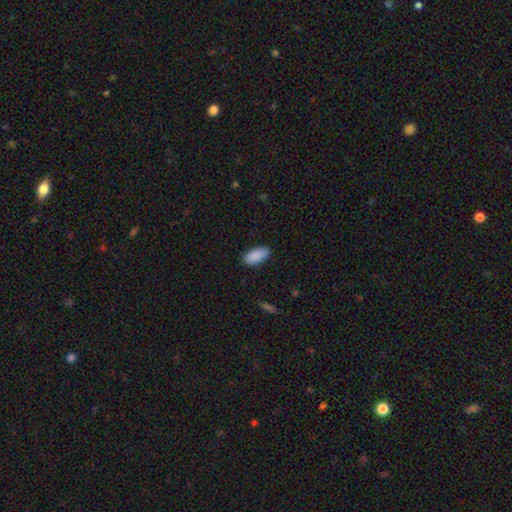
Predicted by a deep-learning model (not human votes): The model was most divided on "merging": none: 87%, minor disturbance: 10%, major disturbance: 2%, merger: 1%. More confident: how rounded — in between (91%); smooth or featured — smooth (90%).